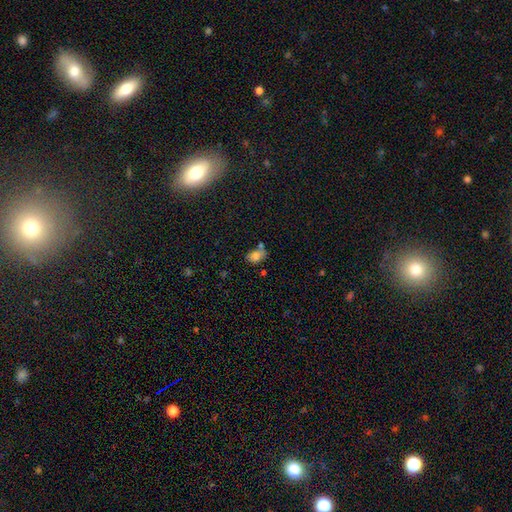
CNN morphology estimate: Smooth or featured?
  - smooth: 77% *
  - star or artifact: 11%
  - featured or disk: 11%
How rounded?
  - in between: 76% *
  - round: 23%
  - cigar-shaped: 2%
Merging?
  - none: 47% *
  - minor disturbance: 23%
  - merger: 21%
  - major disturbance: 8%